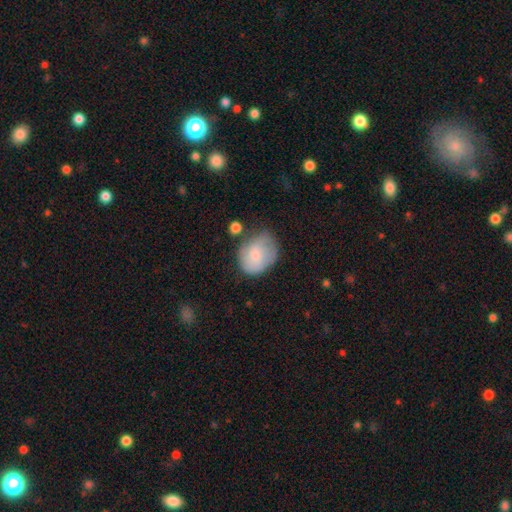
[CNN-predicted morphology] Smooth or featured? Predicted: smooth (p=0.71). How rounded? Predicted: in between (p=0.55). Merging? Predicted: none (p=0.46).